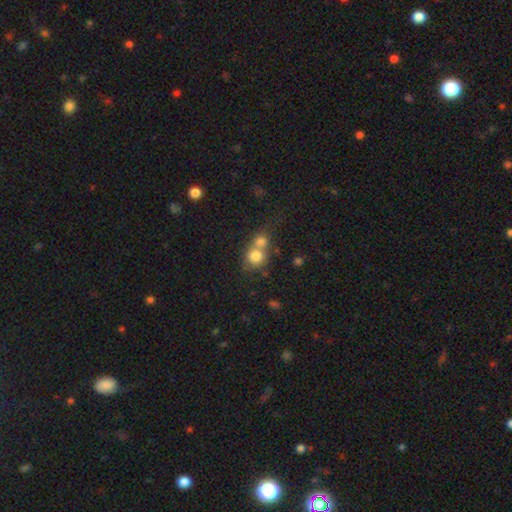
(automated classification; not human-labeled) Smooth or featured? Predicted: smooth (p=0.77). How rounded? Predicted: round (p=0.81). Merging? Predicted: merger (p=0.61).